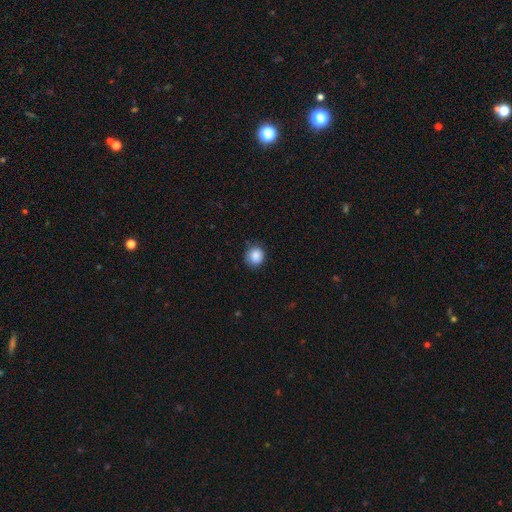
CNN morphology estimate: A smooth galaxy with no disk features (87%) that is round (85%). Merging: none (78%).